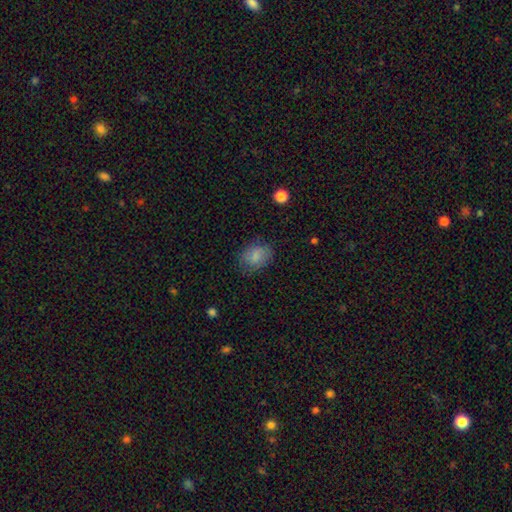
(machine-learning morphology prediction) smooth 81%, featured or disk 11%, star or artifact 9%. Down the decision tree: how rounded — in between (65%); merging — none (73%).